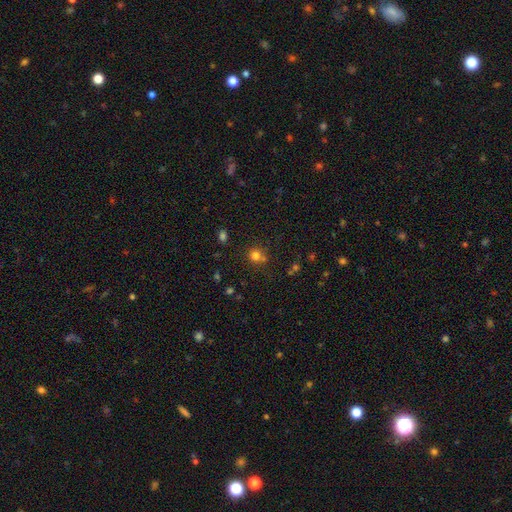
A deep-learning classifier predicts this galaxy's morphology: This is likely a smooth galaxy (75%). How rounded: clearly round (87%). Merging: likely none (64%).